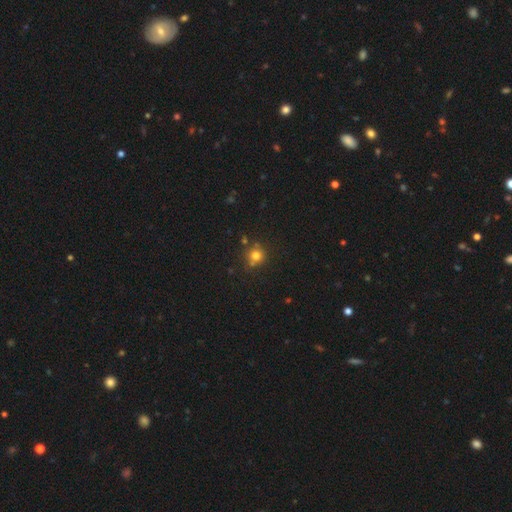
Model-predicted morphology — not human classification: This appears to be a smooth galaxy with no disk features (76%) that is round (90%). Merging: none (72%).